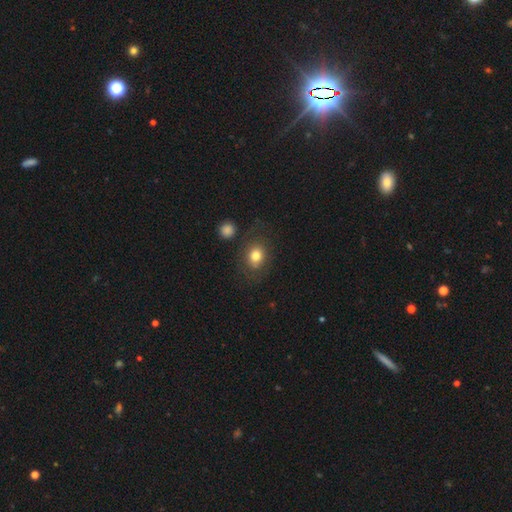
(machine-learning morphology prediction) type=smooth (76%); roundness=round (53%); merging=none (71%).